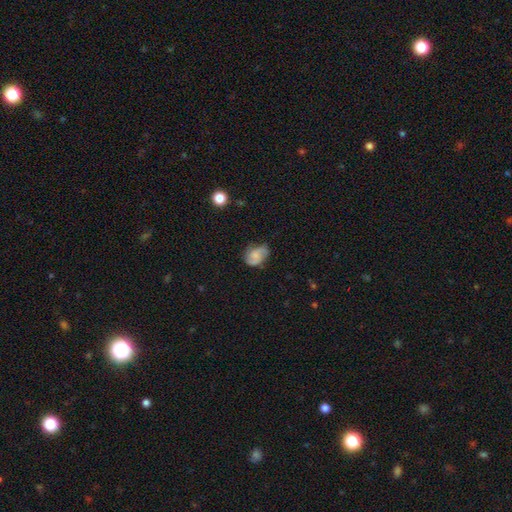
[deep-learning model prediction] A featured or disk galaxy (55%) with no bar (61%), spiral arms (89%) and a small central bulge (40%).

Vote fractions:
- Smooth or featured? featured or disk: 55% / smooth: 37% / star or artifact: 8%
- Edge-on disk? no: 97% / yes: 3%
- Bar? no: 61% / weak: 33% / strong: 6%
- Spiral arms? yes: 89% / no: 11%
- Bulge size? small: 40% / moderate: 30% / none: 24% / large: 4% / dominant: 1%
- Merging? none: 60% / minor disturbance: 28% / major disturbance: 10% / merger: 2%